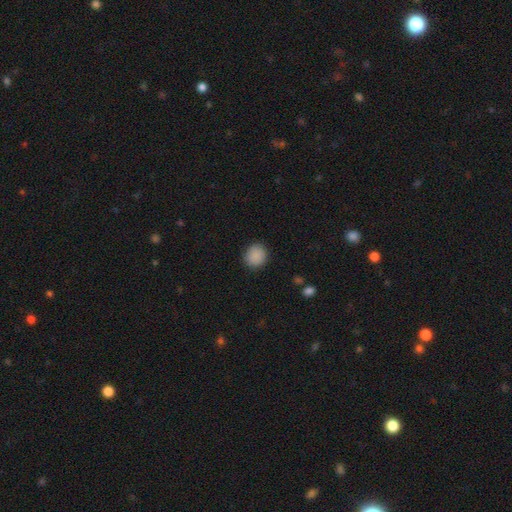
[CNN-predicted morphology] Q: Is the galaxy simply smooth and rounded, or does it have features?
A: smooth — 88%.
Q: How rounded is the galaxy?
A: round — 83%.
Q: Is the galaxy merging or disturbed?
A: none — 88%.